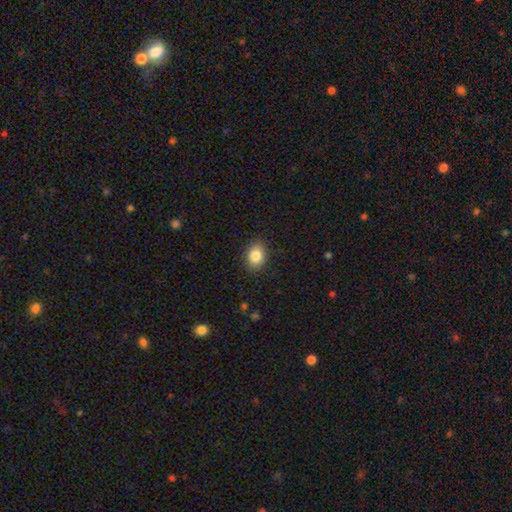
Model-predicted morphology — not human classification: A smooth galaxy with no disk features (85%) that is in between round and cigar-shaped (72%).

Vote fractions:
- Smooth or featured? smooth: 85% / star or artifact: 8% / featured or disk: 7%
- How rounded? in between: 72% / round: 27% / cigar-shaped: 1%
- Merging? none: 88% / minor disturbance: 9% / major disturbance: 2% / merger: 1%